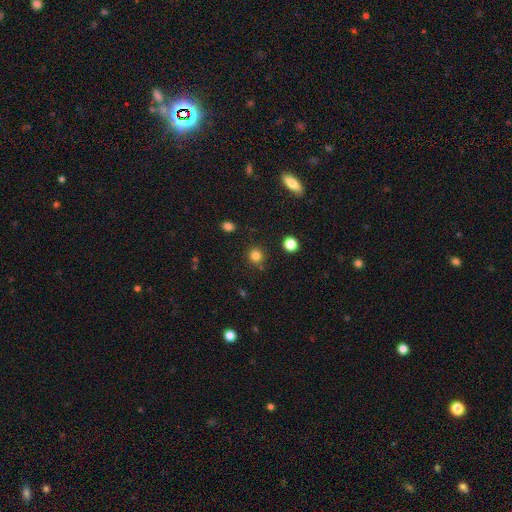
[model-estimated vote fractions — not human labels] This appears to be a smooth galaxy with no disk features (81%) that is round (92%). Merging: none (87%).